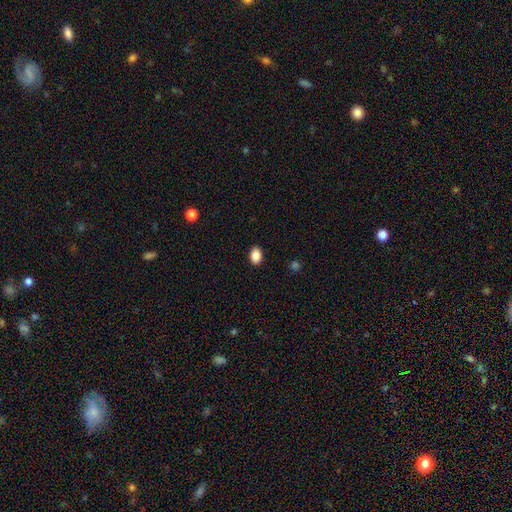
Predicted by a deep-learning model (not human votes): smooth 88%, star or artifact 8%, featured or disk 4%. Down the decision tree: how rounded — in between (81%); merging — none (90%).